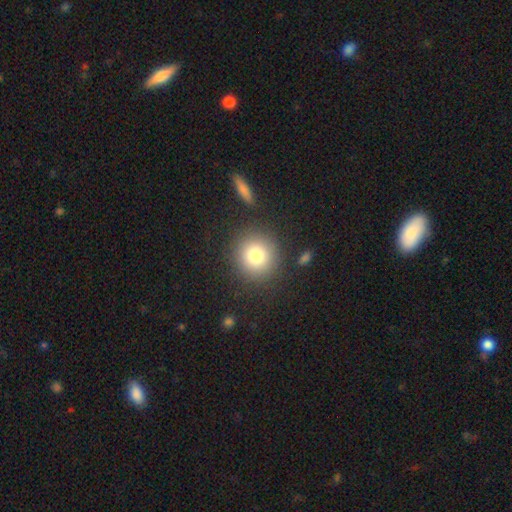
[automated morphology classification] smooth-or-featured: smooth: 79% | star or artifact: 12% | featured or disk: 9%
  how-rounded: round: 91% | in between: 8% | cigar-shaped: 1%
  merging: none: 87% | minor disturbance: 7% | major disturbance: 3% | merger: 3%